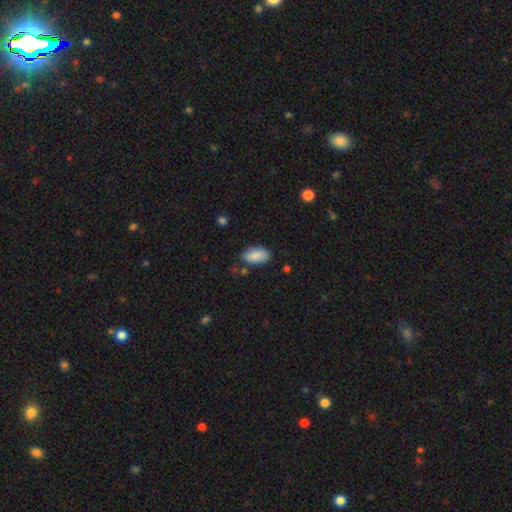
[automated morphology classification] Q: Smooth or featured?
A: smooth (86%); runner-up: featured or disk (7%)
Q: How rounded?
A: in between (93%); runner-up: cigar-shaped (4%)
Q: Merging?
A: none (75%); runner-up: minor disturbance (19%)